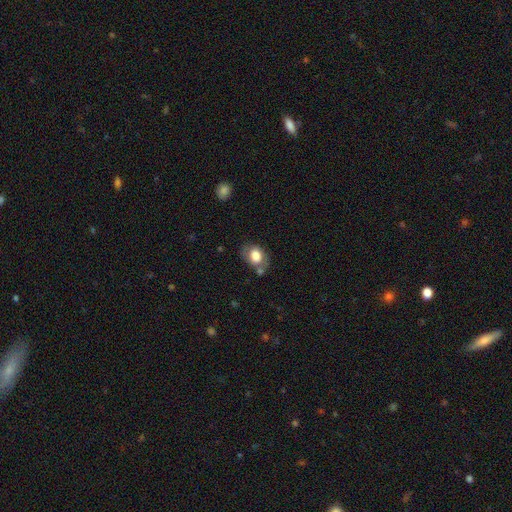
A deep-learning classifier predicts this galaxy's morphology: Smooth or featured? smooth (72%)
How rounded? in between (70%)
Merging? none (56%)